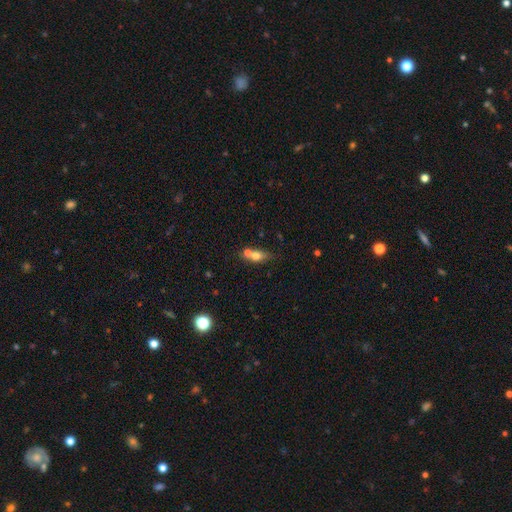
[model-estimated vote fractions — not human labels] smooth_or_featured: smooth (p=0.65) [alt: featured or disk p=0.24]
how_rounded: in between (p=0.56) [alt: round p=0.32]
merging: merger (p=0.54) [alt: none p=0.31]